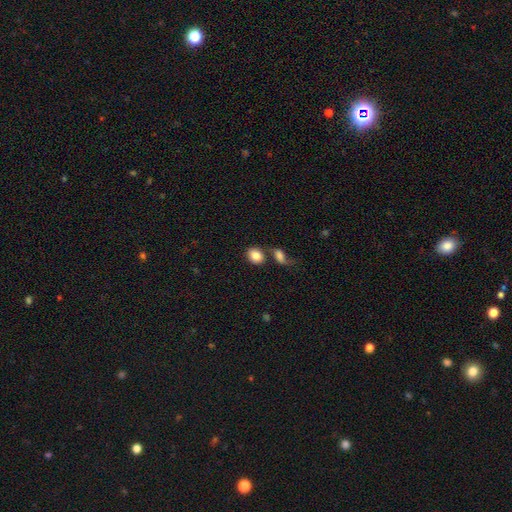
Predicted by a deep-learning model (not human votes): Overall: smooth (84%). How rounded: round (52%; in between 47%). Merging: none (61%; merger 22%).